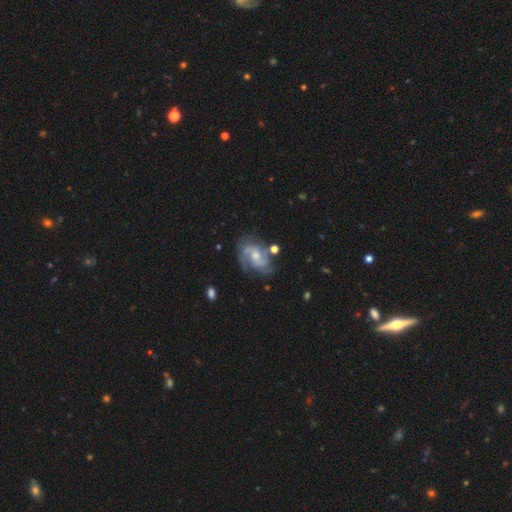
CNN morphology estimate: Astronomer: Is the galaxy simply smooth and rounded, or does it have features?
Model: featured or disk — 85%.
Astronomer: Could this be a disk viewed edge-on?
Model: no — 98%.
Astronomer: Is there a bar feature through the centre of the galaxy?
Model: no — 57% (runner-up: weak, 37%).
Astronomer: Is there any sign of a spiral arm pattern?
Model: yes — 96%.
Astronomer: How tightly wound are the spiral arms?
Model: medium — 51% (runner-up: tight, 33%).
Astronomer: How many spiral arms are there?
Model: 2 — 50%.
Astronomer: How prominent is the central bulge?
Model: small — 46%, tied with moderate at 46%.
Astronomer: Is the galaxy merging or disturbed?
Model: none — 64%.